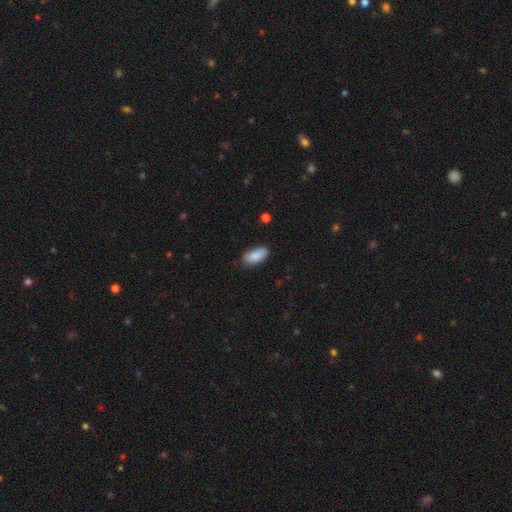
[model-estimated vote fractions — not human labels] Smooth or featured?
  - smooth: 85% *
  - featured or disk: 8%
  - star or artifact: 7%
How rounded?
  - in between: 92% *
  - cigar-shaped: 6%
  - round: 3%
Merging?
  - none: 73% *
  - minor disturbance: 22%
  - major disturbance: 4%
  - merger: 2%